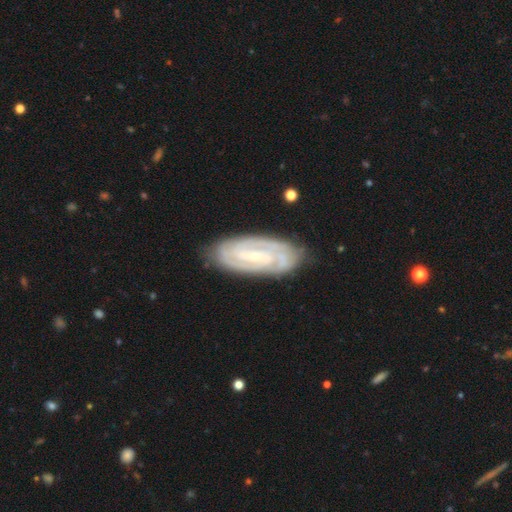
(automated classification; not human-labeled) This appears to be a featured or disk galaxy (86%) with a weak bar (45%), 2 (54%) tight (68%) spiral arms (97%) and a small central bulge (76%). Merging: none (82%).